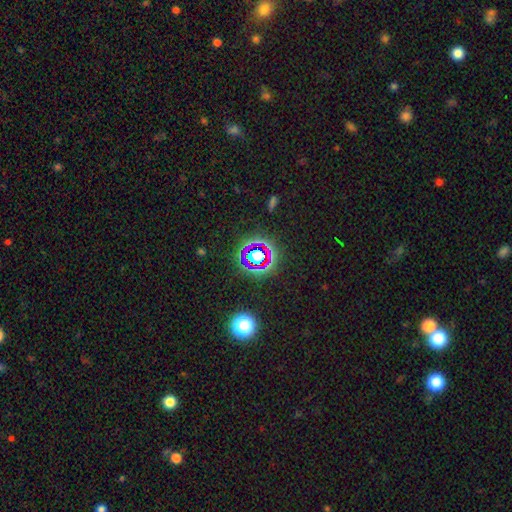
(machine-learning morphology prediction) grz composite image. It shows a star or artifact, not a galaxy (64%).